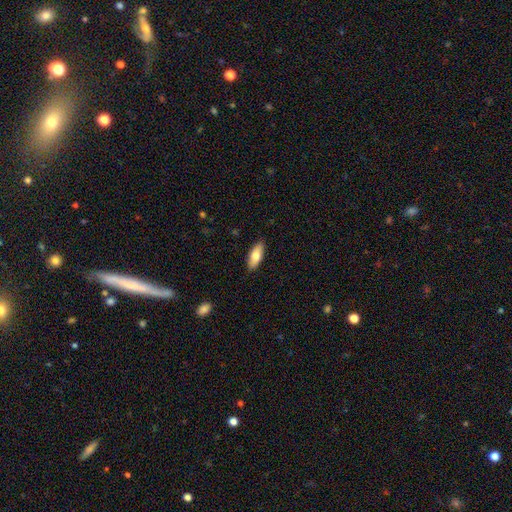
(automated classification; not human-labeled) Smooth or featured? Predicted: smooth (p=0.76). How rounded? Predicted: in between (p=0.79). Merging? Predicted: none (p=0.88).